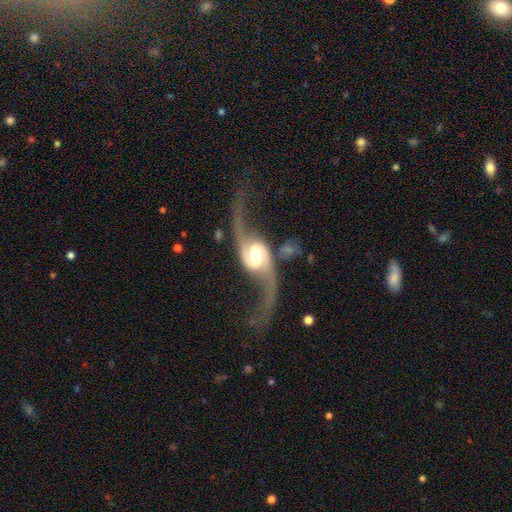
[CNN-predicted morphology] type=featured or disk (92%); edge-on=no (96%); bar=weak (44%); spiral arms=yes (97%); winding=loose (89%); arm count=2 (94%); bulge=moderate (58%); merging=none (59%).